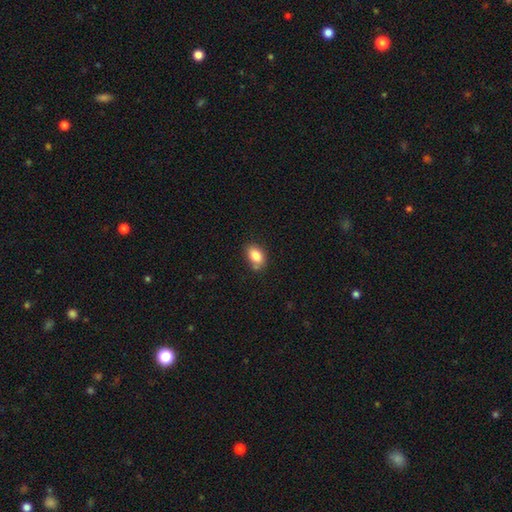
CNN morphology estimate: Q: Smooth or featured?
A: smooth (84%); runner-up: star or artifact (8%)
Q: How rounded?
A: in between (84%); runner-up: round (14%)
Q: Merging?
A: none (73%); runner-up: minor disturbance (17%)